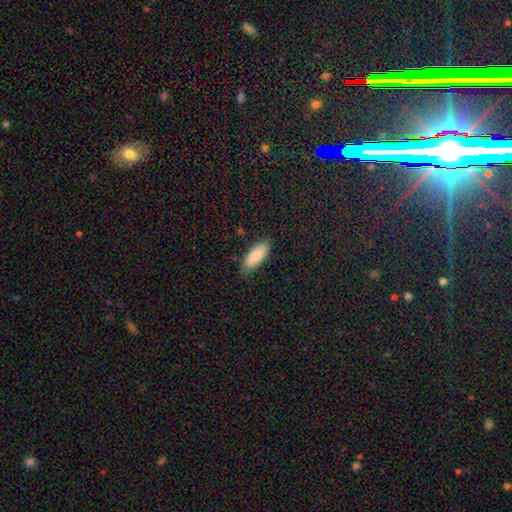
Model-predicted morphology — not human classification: Overall: smooth (80%). How rounded: in between (80%). Merging: none (78%).